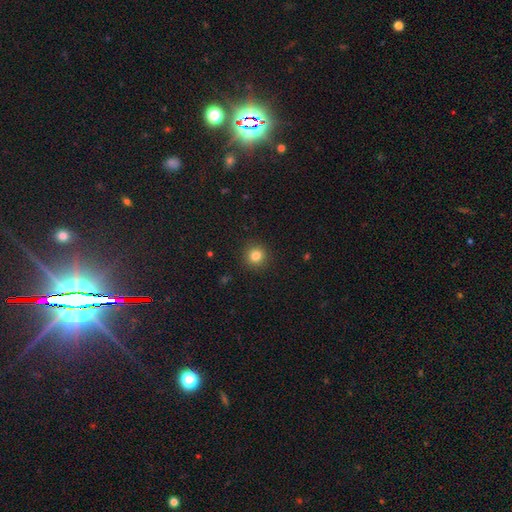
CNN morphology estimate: The model was most divided on "smooth or featured": smooth: 83%, star or artifact: 12%, featured or disk: 5%. More confident: how rounded — round (93%); merging — none (91%).